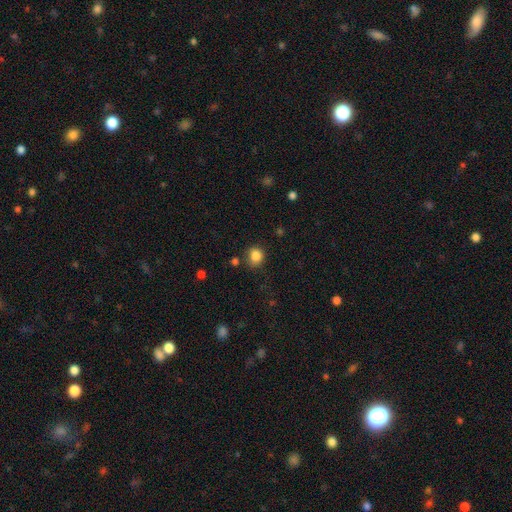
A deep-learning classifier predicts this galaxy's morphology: smooth-or-featured: smooth: 85% | star or artifact: 11% | featured or disk: 4%
  how-rounded: round: 75% | in between: 24% | cigar-shaped: 1%
  merging: none: 79% | minor disturbance: 13% | merger: 4% | major disturbance: 4%